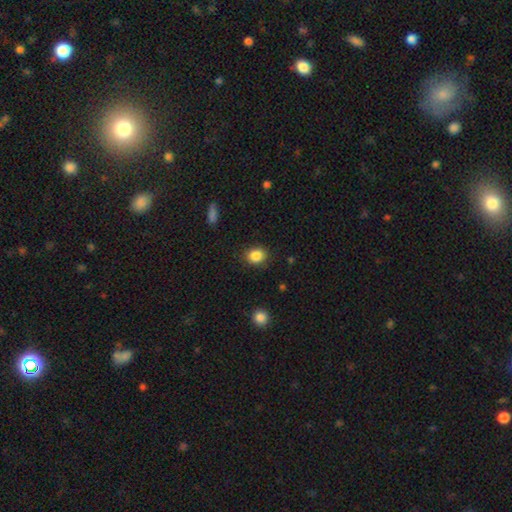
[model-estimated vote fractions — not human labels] Smooth or featured?
  - smooth: 87% *
  - star or artifact: 9%
  - featured or disk: 4%
How rounded?
  - round: 70% *
  - in between: 29%
  - cigar-shaped: 1%
Merging?
  - none: 87% *
  - minor disturbance: 9%
  - major disturbance: 3%
  - merger: 1%